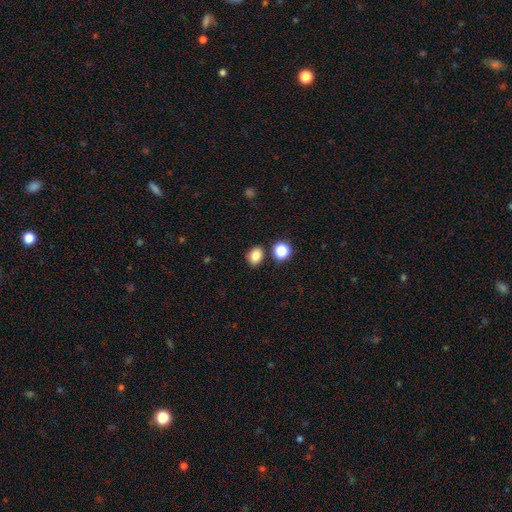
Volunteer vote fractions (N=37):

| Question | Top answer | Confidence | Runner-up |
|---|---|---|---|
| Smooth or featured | smooth | 86% | featured or disk (8%) |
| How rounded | round | 53% | in between (47%) |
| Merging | none | 71% | minor disturbance (17%) |